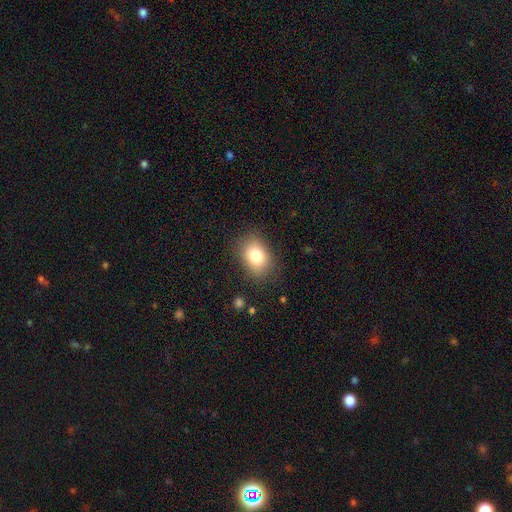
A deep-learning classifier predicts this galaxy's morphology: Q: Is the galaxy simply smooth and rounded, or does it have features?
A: smooth — 79%.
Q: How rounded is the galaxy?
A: in between — 69%.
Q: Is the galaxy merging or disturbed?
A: none — 83%.